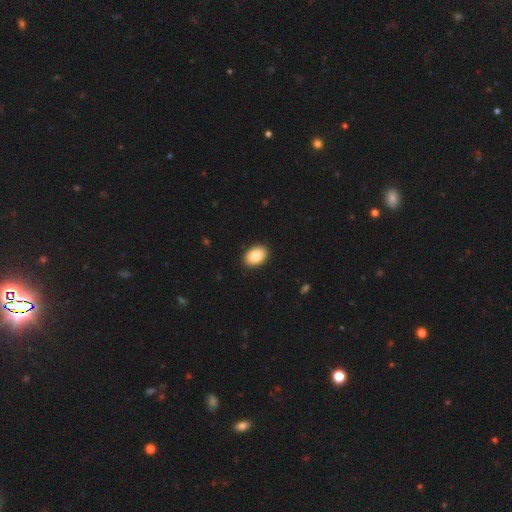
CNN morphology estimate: Smooth or featured: smooth — 86% (featured or disk — 7%)
How rounded: in between — 86% (round — 13%)
Merging: none — 92% (minor disturbance — 6%)